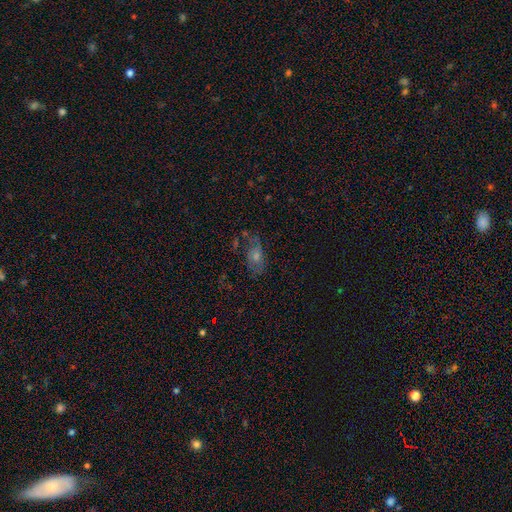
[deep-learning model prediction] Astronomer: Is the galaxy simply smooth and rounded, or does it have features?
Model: featured or disk — 43% (runner-up: smooth, 35%).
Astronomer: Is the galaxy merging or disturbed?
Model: none — 59%.